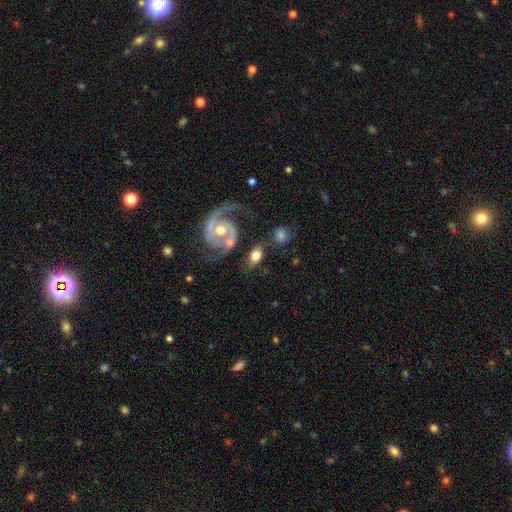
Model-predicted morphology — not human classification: smooth_or_featured: smooth (p=0.48) [alt: featured or disk p=0.45]
merging: none (p=0.53) [alt: merger p=0.20]